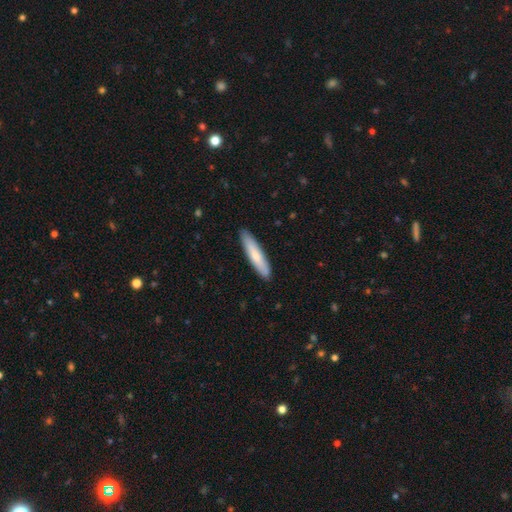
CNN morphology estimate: This is likely a smooth galaxy (73%). How rounded: clearly cigar-shaped (86%). Merging: clearly none (89%).